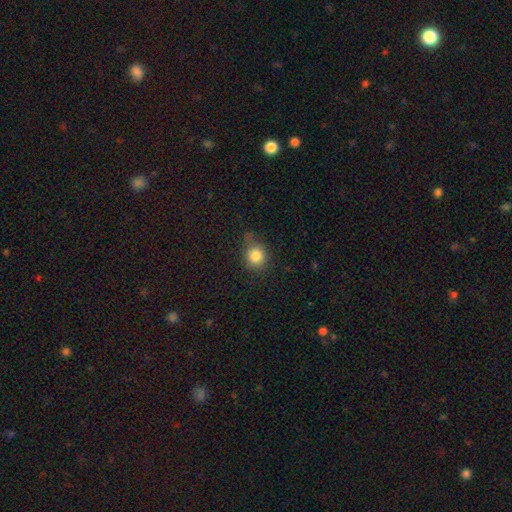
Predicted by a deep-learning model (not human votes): This appears to be a smooth galaxy with no disk features (83%) that is round (84%). Merging: none (67%).